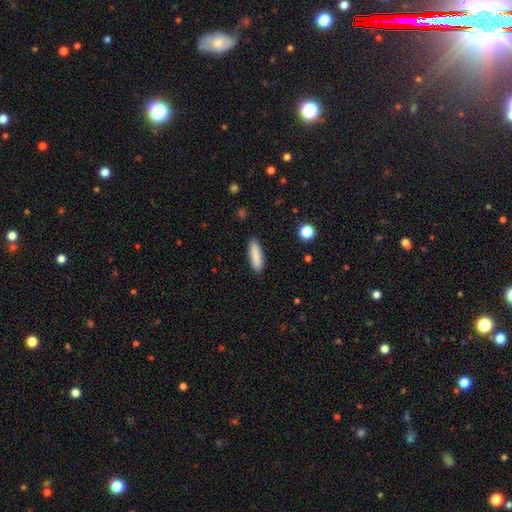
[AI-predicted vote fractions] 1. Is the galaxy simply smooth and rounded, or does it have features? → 86% smooth, 7% featured or disk, 7% star or artifact.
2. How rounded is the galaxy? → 65% cigar-shaped, 33% in between, 2% round.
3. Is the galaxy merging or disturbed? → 88% none, 9% minor disturbance, 2% major disturbance, 1% merger.